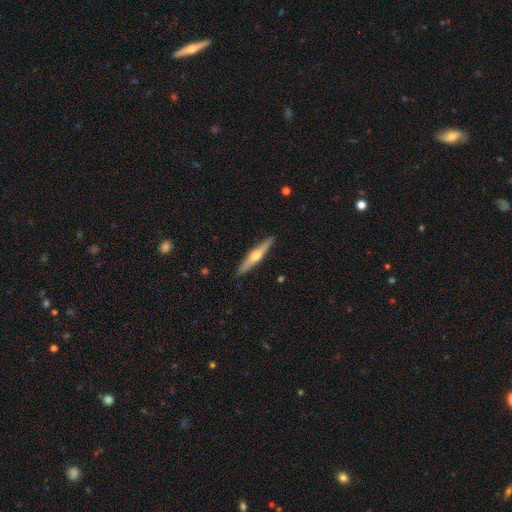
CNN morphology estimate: Smooth or featured?
  - featured or disk: 63% *
  - smooth: 32%
  - star or artifact: 5%
Edge-on disk?
  - yes: 97% *
  - no: 3%
Edge-on bulge?
  - rounded: 91% *
  - none: 5%
  - boxy: 4%
Merging?
  - none: 91% *
  - minor disturbance: 7%
  - major disturbance: 1%
  - merger: 1%